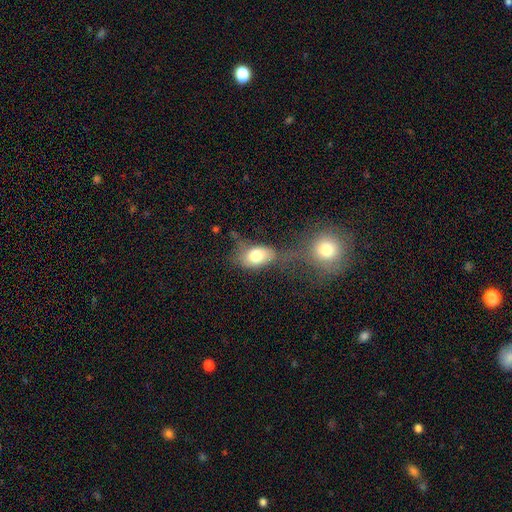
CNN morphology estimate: type=smooth (75%); roundness=in between (81%); merging=none (31%).